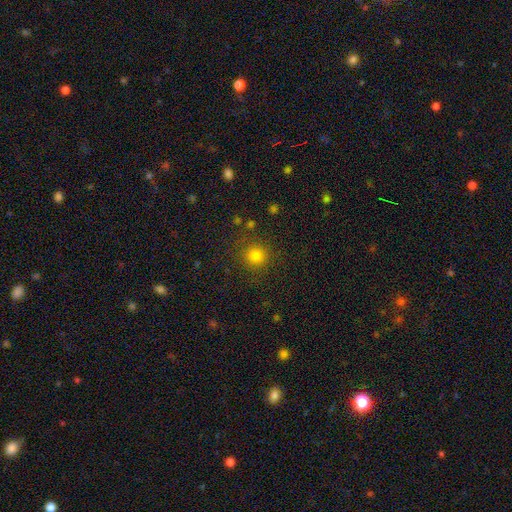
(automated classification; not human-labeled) A smooth galaxy with no disk features (81%) that is round (93%).

Vote fractions:
- Smooth or featured? smooth: 81% / star or artifact: 14% / featured or disk: 5%
- How rounded? round: 93% / in between: 6% / cigar-shaped: 1%
- Merging? none: 86% / minor disturbance: 8% / major disturbance: 4% / merger: 2%